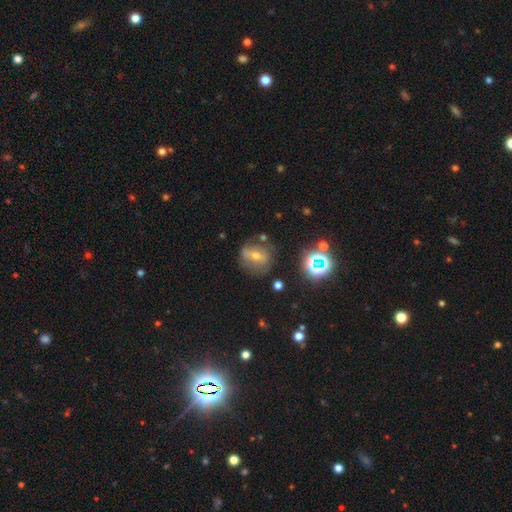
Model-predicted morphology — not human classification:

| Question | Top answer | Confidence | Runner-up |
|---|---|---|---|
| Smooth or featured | featured or disk | 45% | smooth (37%) |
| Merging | none | 61% | minor disturbance (22%) |